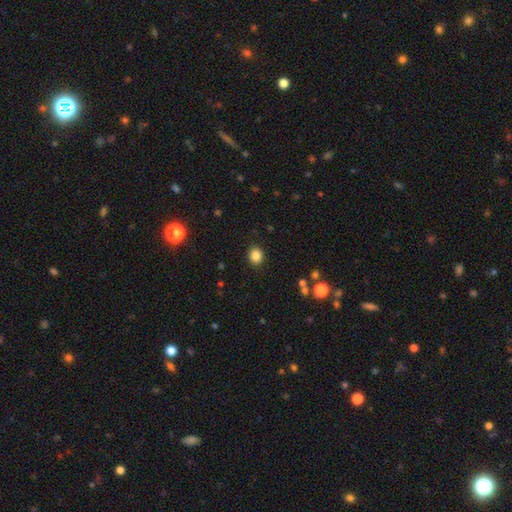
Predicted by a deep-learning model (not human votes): Smooth or featured: smooth — 84% (star or artifact — 11%)
How rounded: round — 72% (in between — 27%)
Merging: none — 90% (minor disturbance — 7%)